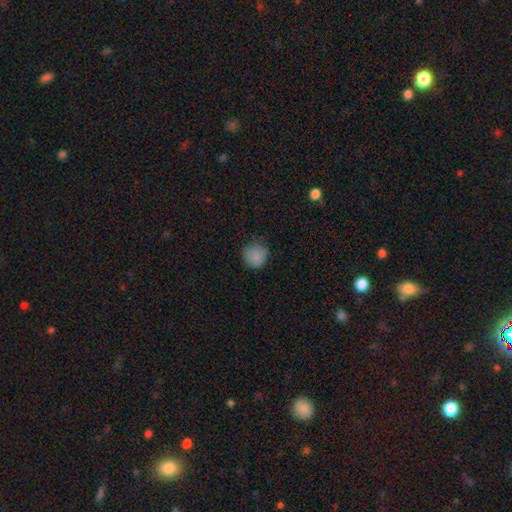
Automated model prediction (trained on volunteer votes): Smooth or featured: smooth — 86% (star or artifact — 10%)
How rounded: round — 91% (in between — 8%)
Merging: none — 80% (minor disturbance — 15%)